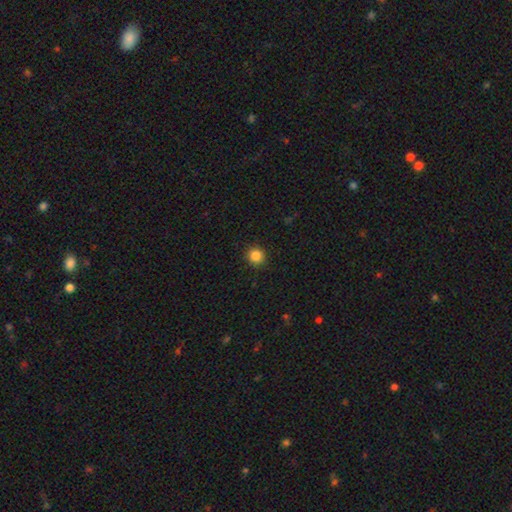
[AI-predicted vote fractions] smooth 85%, star or artifact 11%, featured or disk 3%. Down the decision tree: how rounded — round (93%); merging — none (91%).